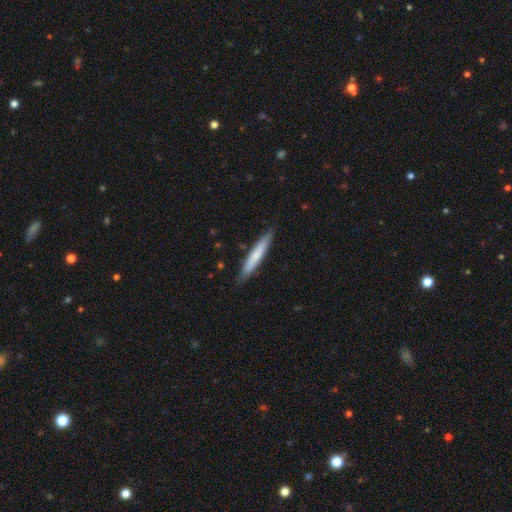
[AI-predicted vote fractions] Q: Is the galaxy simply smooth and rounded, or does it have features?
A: smooth — 66%.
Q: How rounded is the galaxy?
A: cigar-shaped — 94%.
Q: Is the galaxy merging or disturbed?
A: none — 87%.